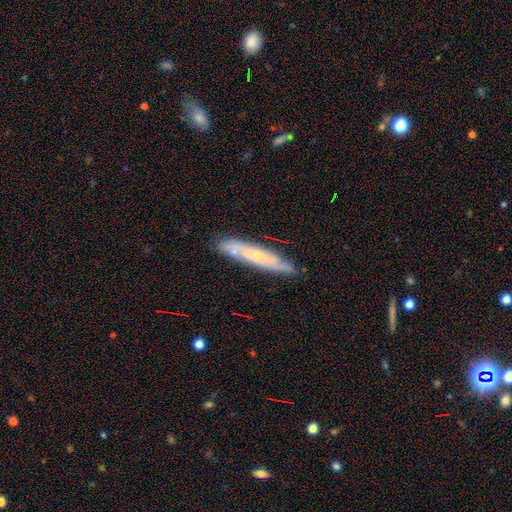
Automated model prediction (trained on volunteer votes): Smooth or featured? Predicted: featured or disk (p=0.59). Edge-on disk? Predicted: yes (p=0.56). Merging? Predicted: none (p=0.80).